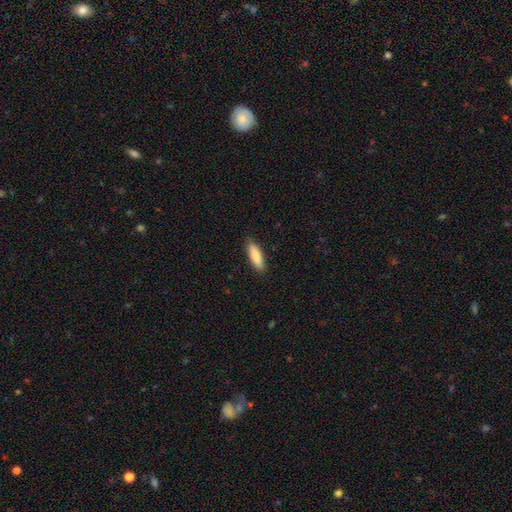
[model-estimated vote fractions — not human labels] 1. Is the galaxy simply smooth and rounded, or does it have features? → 82% smooth, 12% featured or disk, 6% star or artifact.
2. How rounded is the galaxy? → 53% cigar-shaped, 46% in between, 2% round.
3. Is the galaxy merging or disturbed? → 87% none, 10% minor disturbance, 2% major disturbance, 1% merger.